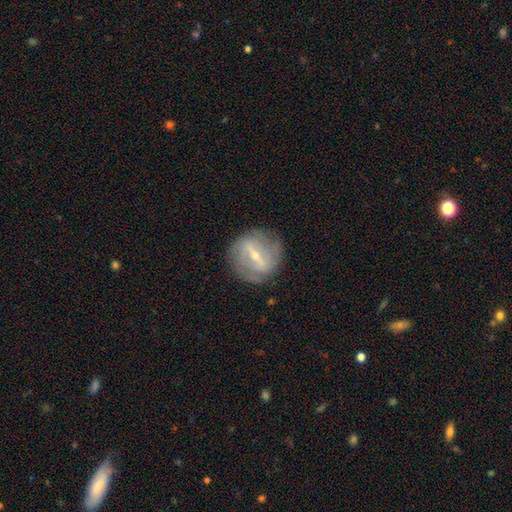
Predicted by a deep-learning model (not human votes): Q: Smooth or featured?
A: featured or disk (79%); runner-up: smooth (14%)
Q: Edge-on disk?
A: no (92%); runner-up: yes (8%)
Q: Bar?
A: strong (59%); runner-up: weak (32%)
Q: Spiral arms?
A: yes (71%); runner-up: no (29%)
Q: Spiral winding?
A: tight (42%); runner-up: medium (37%)
Q: Spiral arm count?
A: 2 (55%); runner-up: can't tell (30%)
Q: Bulge size?
A: small (65%); runner-up: moderate (31%)
Q: Merging?
A: none (77%); runner-up: minor disturbance (15%)